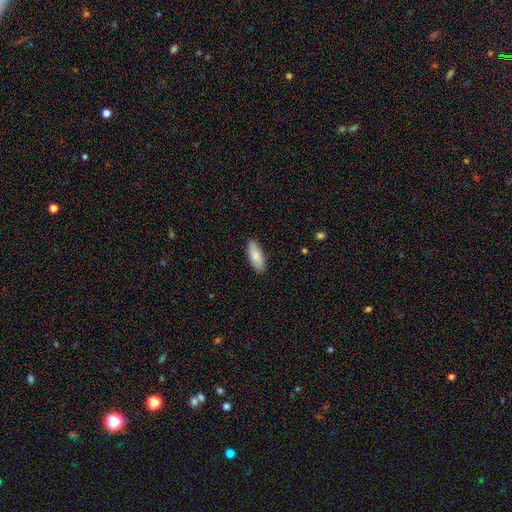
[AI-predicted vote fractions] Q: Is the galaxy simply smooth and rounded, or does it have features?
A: smooth — 85%.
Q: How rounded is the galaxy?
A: in between — 70%.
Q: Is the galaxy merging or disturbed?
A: none — 87%.